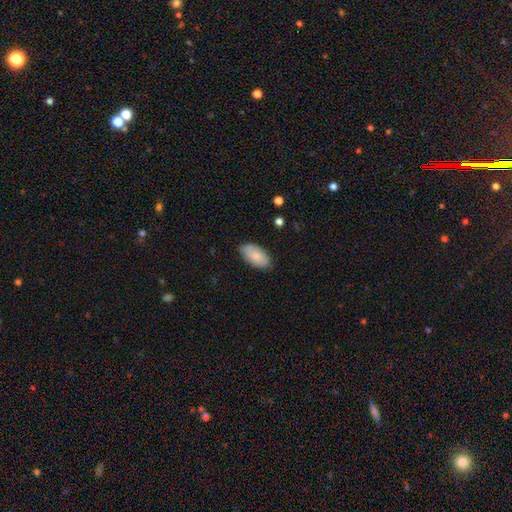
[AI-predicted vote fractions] This appears to be a smooth galaxy with no disk features (80%) that is in between round and cigar-shaped (95%). Merging: none (82%).